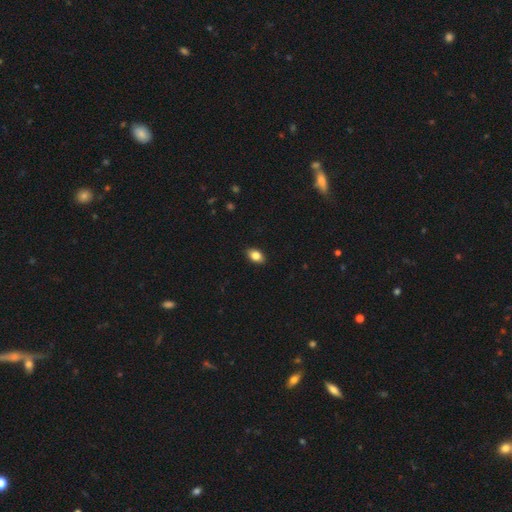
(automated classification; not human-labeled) Q: Smooth or featured?
A: smooth (83%); runner-up: featured or disk (9%)
Q: How rounded?
A: in between (84%); runner-up: round (14%)
Q: Merging?
A: none (89%); runner-up: minor disturbance (9%)